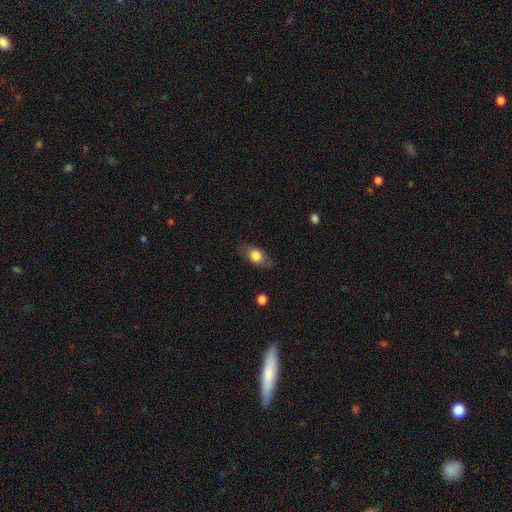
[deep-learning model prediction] smooth-or-featured: smooth: 75% | featured or disk: 18% | star or artifact: 7%
  how-rounded: in between: 80% | round: 15% | cigar-shaped: 5%
  merging: none: 77% | minor disturbance: 17% | major disturbance: 5% | merger: 1%